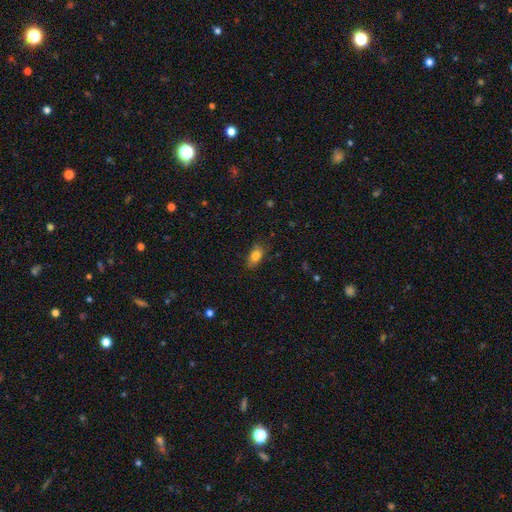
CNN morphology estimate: A smooth galaxy with no disk features (80%) that is in between round and cigar-shaped (82%). Merging: none (75%).